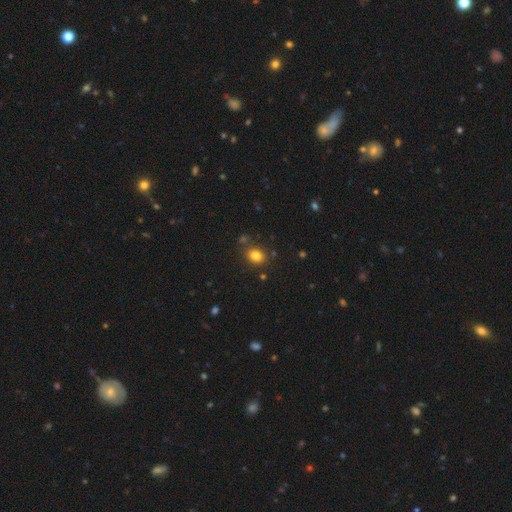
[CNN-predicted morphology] Smooth or featured: smooth — 82% (star or artifact — 12%)
How rounded: round — 51% (in between — 48%)
Merging: none — 81% (minor disturbance — 11%)